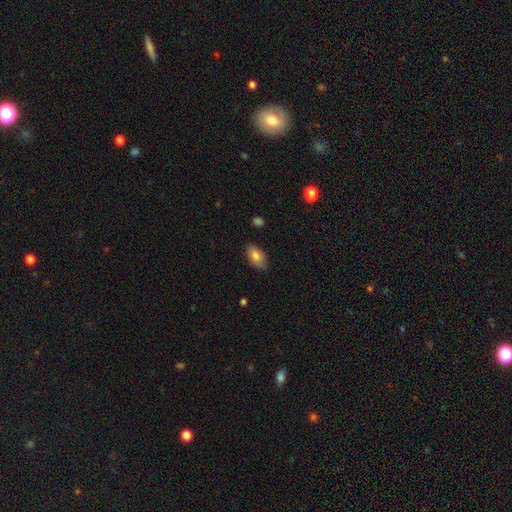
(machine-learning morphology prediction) Smooth or featured: smooth — 80% (featured or disk — 13%)
How rounded: in between — 93% (round — 5%)
Merging: none — 76% (minor disturbance — 20%)